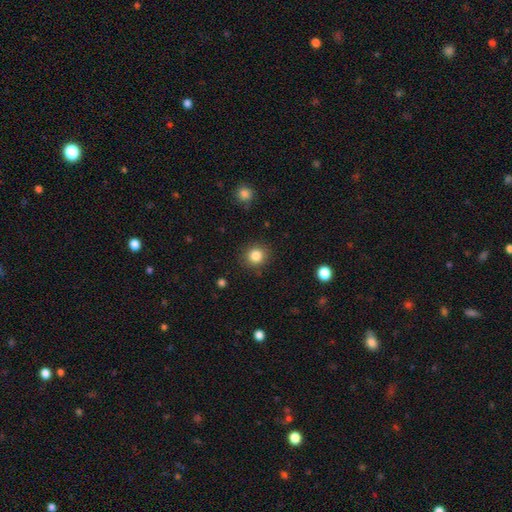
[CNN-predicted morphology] This appears to be a smooth galaxy with no disk features (84%) that is round (87%). Merging: none (88%).